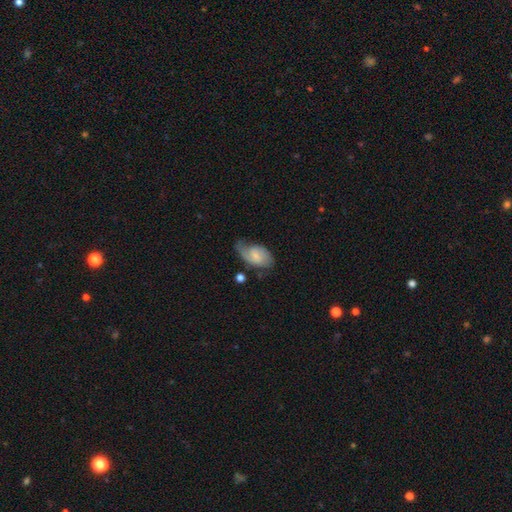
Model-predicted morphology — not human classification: Smooth or featured?
  - featured or disk: 56% *
  - smooth: 37%
  - star or artifact: 6%
Edge-on disk?
  - no: 96% *
  - yes: 4%
Bar?
  - weak: 48% *
  - no: 42%
  - strong: 10%
Spiral arms?
  - yes: 88% *
  - no: 12%
Bulge size?
  - small: 49% *
  - moderate: 27%
  - none: 19%
  - large: 4%
  - dominant: 1%
Merging?
  - none: 51% *
  - minor disturbance: 31%
  - major disturbance: 15%
  - merger: 3%